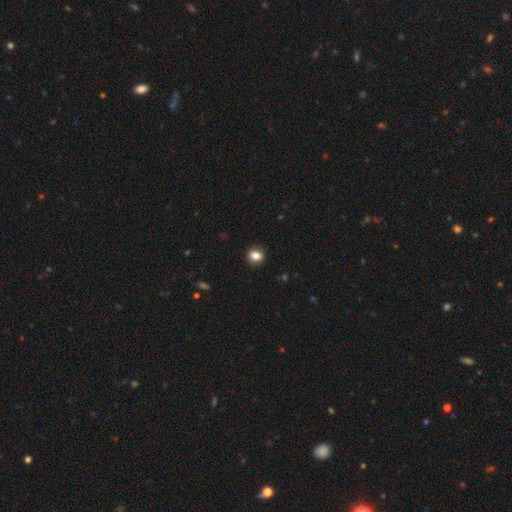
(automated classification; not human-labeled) smooth-or-featured: smooth: 84% | star or artifact: 10% | featured or disk: 5%
  how-rounded: round: 78% | in between: 21% | cigar-shaped: 1%
  merging: none: 91% | minor disturbance: 6% | major disturbance: 2% | merger: 1%